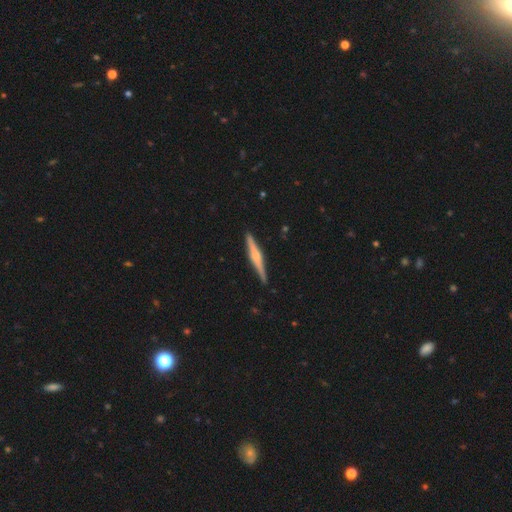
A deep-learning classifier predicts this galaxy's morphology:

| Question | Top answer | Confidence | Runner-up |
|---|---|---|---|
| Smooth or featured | featured or disk | 72% | smooth (23%) |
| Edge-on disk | yes | 98% | no (2%) |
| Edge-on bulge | rounded | 76% | boxy (15%) |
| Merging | none | 91% | minor disturbance (7%) |